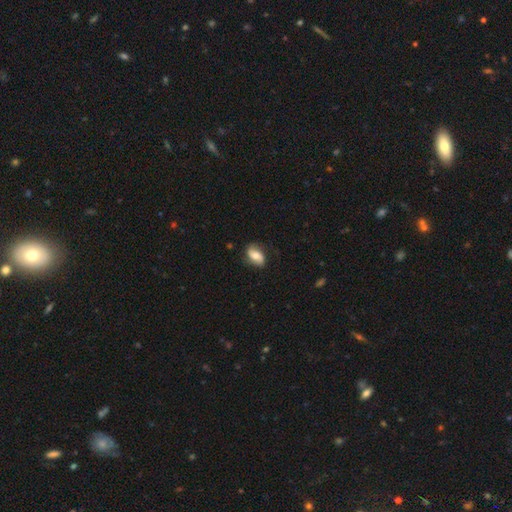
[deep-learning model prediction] Morphology: type=smooth (53%); roundness=in between (88%); merging=none (78%).